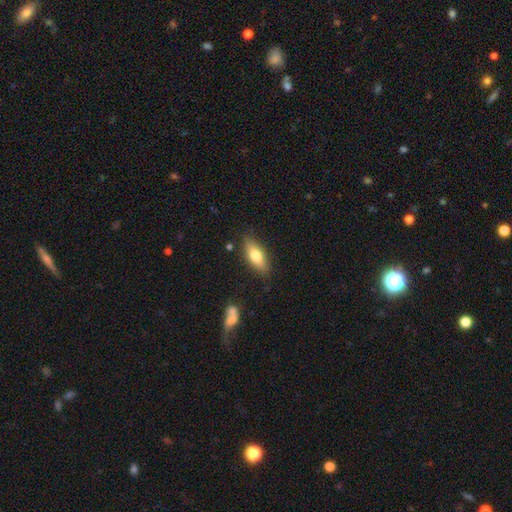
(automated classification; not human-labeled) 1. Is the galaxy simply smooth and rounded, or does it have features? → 68% smooth, 26% featured or disk, 6% star or artifact.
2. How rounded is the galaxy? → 68% in between, 29% cigar-shaped, 3% round.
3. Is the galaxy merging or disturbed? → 83% none, 12% minor disturbance, 2% major disturbance, 2% merger.